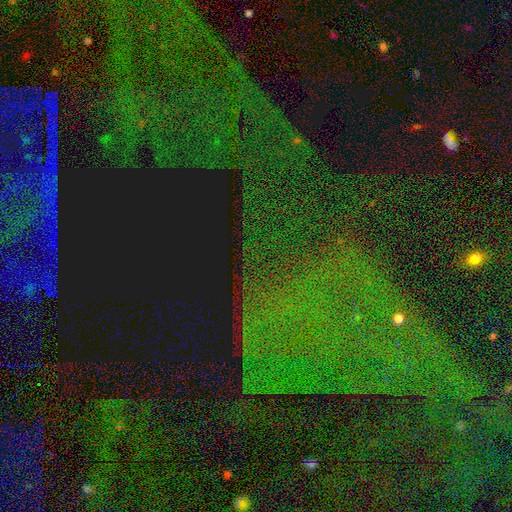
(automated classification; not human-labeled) Smooth or featured: star or artifact — 79% (featured or disk — 11%)